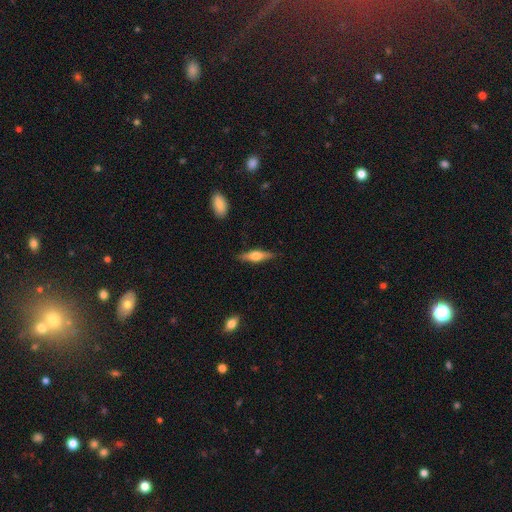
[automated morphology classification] featured or disk 53%, smooth 41%, star or artifact 6%. Down the decision tree: edge-on disk — yes (95%); edge-on bulge — rounded (90%); merging — none (87%).